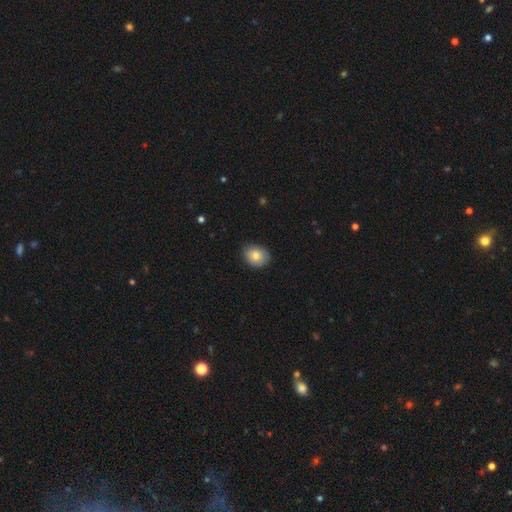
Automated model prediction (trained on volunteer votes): Smooth or featured? smooth (79%)
How rounded? in between (52%)
Merging? none (80%)